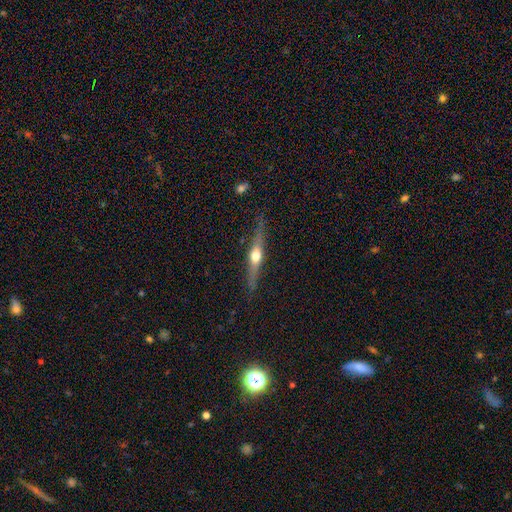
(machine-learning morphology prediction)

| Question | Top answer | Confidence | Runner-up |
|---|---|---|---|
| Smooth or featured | featured or disk | 68% | smooth (26%) |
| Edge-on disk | yes | 96% | no (4%) |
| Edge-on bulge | rounded | 94% | none (3%) |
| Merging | none | 83% | minor disturbance (12%) |